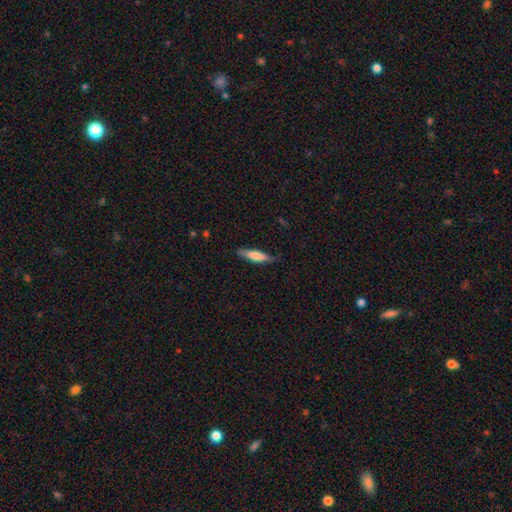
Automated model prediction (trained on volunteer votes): Overall: smooth (64%; featured or disk 30%). How rounded: cigar-shaped (78%). Merging: none (80%).